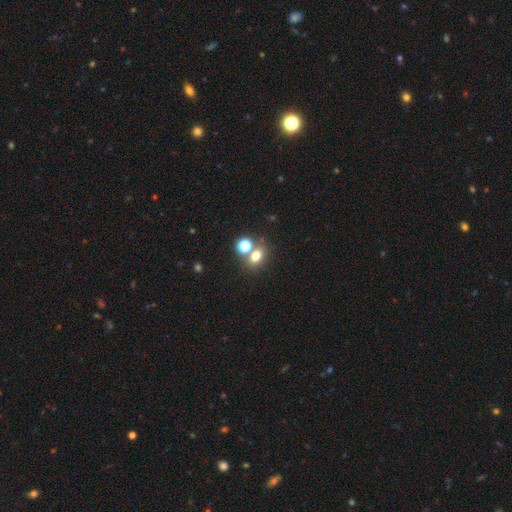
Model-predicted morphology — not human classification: This appears to be a smooth galaxy with no disk features (71%) that is in between round and cigar-shaped (53%). Merging: none (59%).